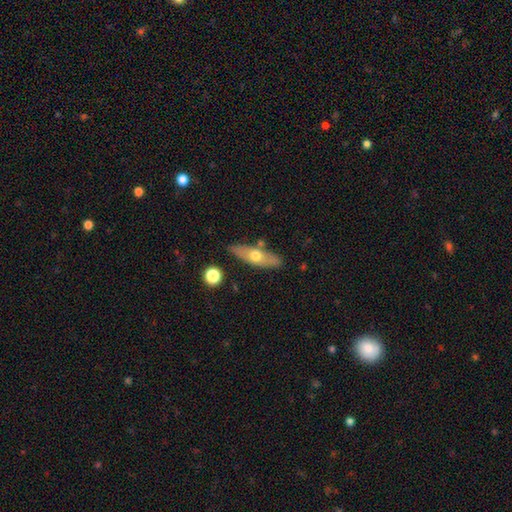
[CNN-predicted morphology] Q: Smooth or featured?
A: smooth (48%); runner-up: featured or disk (46%)
Q: Merging?
A: none (79%); runner-up: minor disturbance (13%)